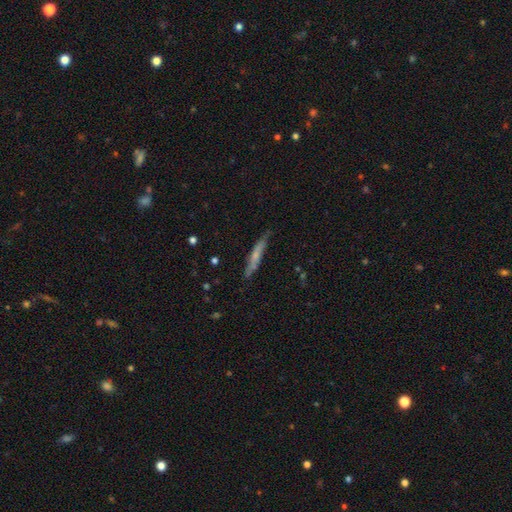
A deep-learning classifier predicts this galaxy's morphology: This is possibly a smooth galaxy (52%). How rounded: clearly cigar-shaped (92%). Merging: likely none (75%).